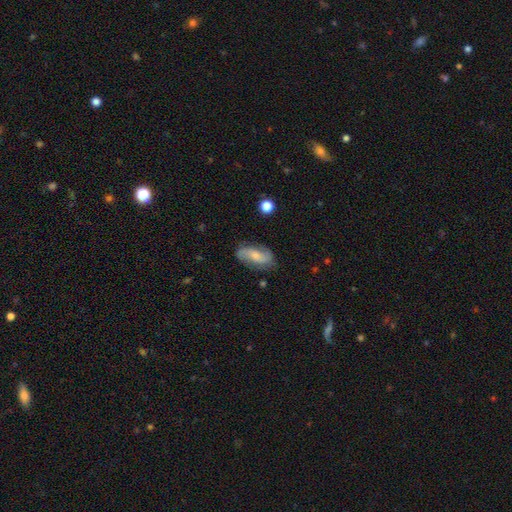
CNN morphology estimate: Smooth or featured: featured or disk — 58% (smooth — 34%)
Edge-on disk: no — 93% (yes — 7%)
Bar: no — 53% (weak — 36%)
Spiral arms: yes — 91% (no — 9%)
Bulge size: small — 42% (moderate — 39%)
Merging: none — 74% (minor disturbance — 18%)